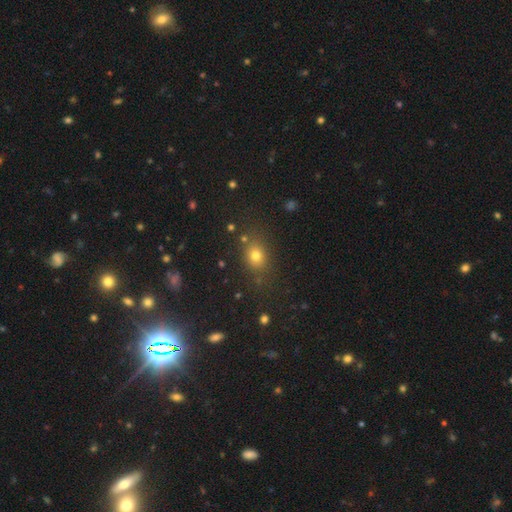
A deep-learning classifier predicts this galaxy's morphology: This is likely a smooth galaxy (73%). How rounded: possibly round (54%). Merging: likely none (80%).